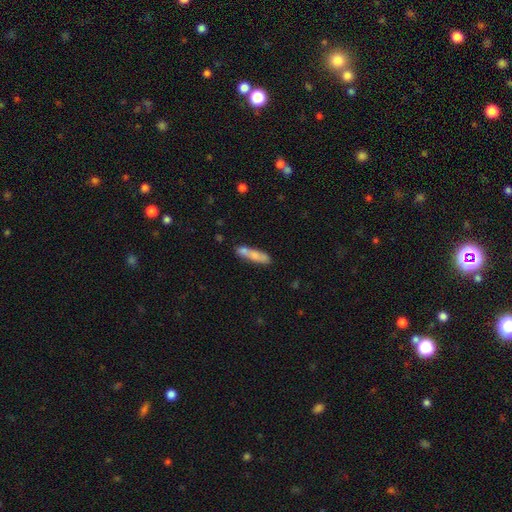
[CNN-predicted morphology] smooth_or_featured: smooth (p=0.70) [alt: featured or disk p=0.23]
how_rounded: cigar-shaped (p=0.73) [alt: in between p=0.25]
merging: none (p=0.49) [alt: merger p=0.29]